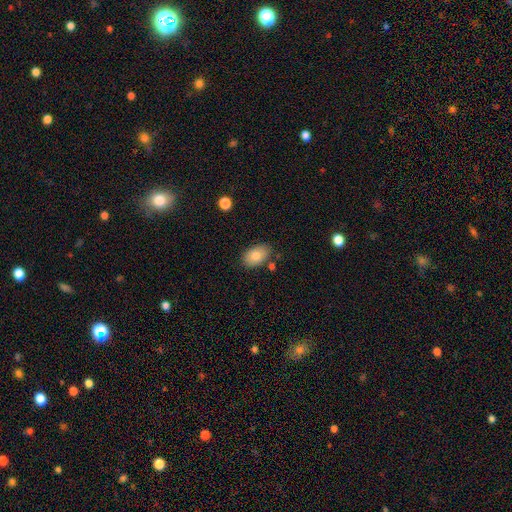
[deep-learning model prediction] A smooth galaxy with no disk features (81%) that is in between round and cigar-shaped (90%).

Vote fractions:
- Smooth or featured? smooth: 81% / featured or disk: 12% / star or artifact: 7%
- How rounded? in between: 90% / round: 8% / cigar-shaped: 1%
- Merging? none: 82% / minor disturbance: 12% / merger: 4% / major disturbance: 3%